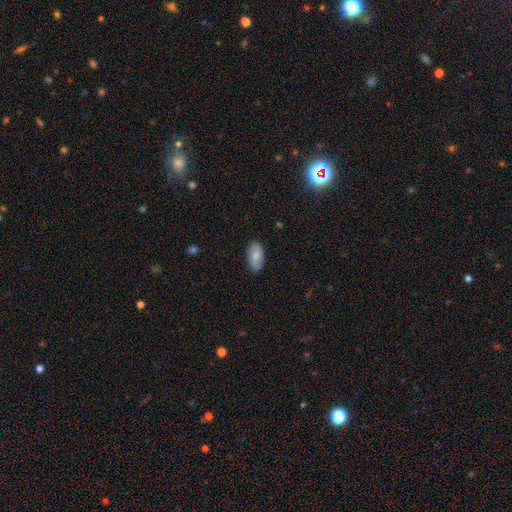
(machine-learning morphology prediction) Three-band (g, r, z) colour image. It shows a smooth galaxy with no disk features (72%) that is in between round and cigar-shaped (94%). Merging: none (84%).